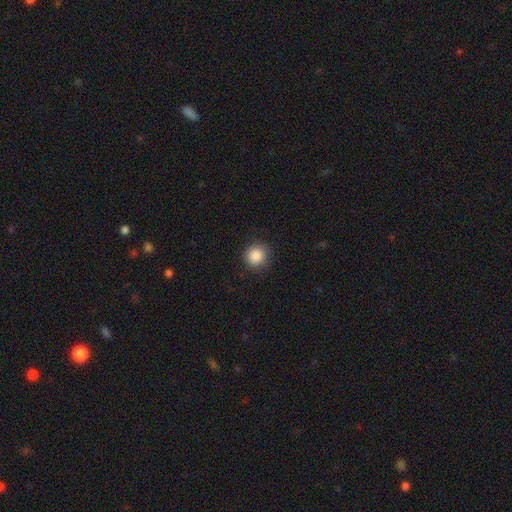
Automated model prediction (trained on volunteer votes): Overall: smooth (88%). How rounded: round (92%). Merging: none (89%).